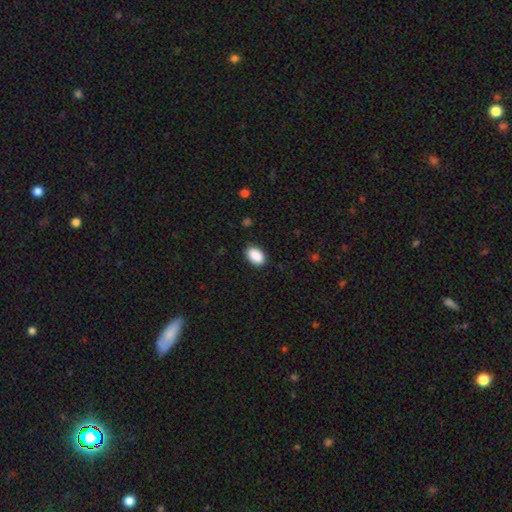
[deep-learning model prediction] Morphology: type=smooth (90%); roundness=in between (89%); merging=none (87%).